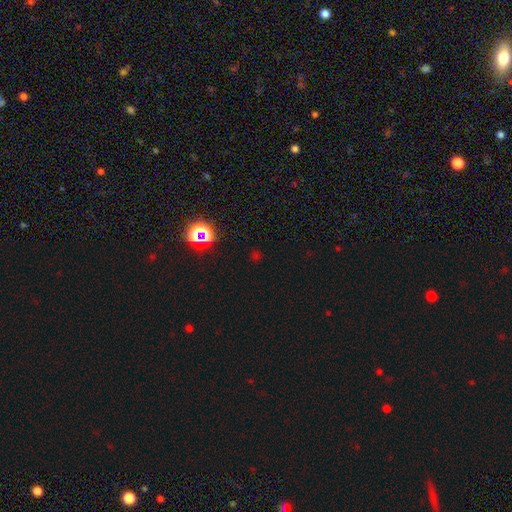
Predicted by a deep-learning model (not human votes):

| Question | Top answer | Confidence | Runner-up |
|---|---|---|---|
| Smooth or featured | star or artifact | 63% | smooth (31%) |